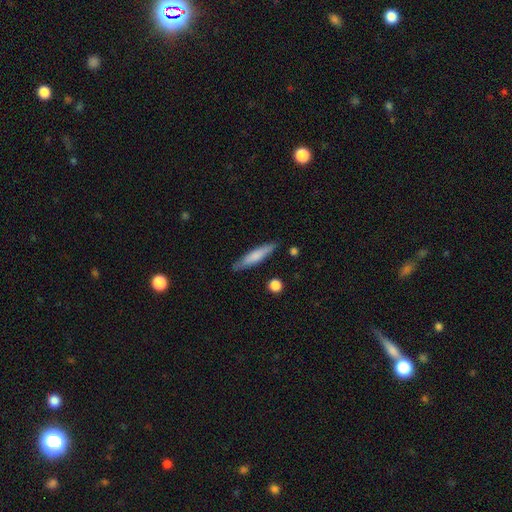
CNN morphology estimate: Smooth or featured: smooth — 69% (featured or disk — 25%)
How rounded: cigar-shaped — 85% (in between — 14%)
Merging: none — 84% (minor disturbance — 12%)